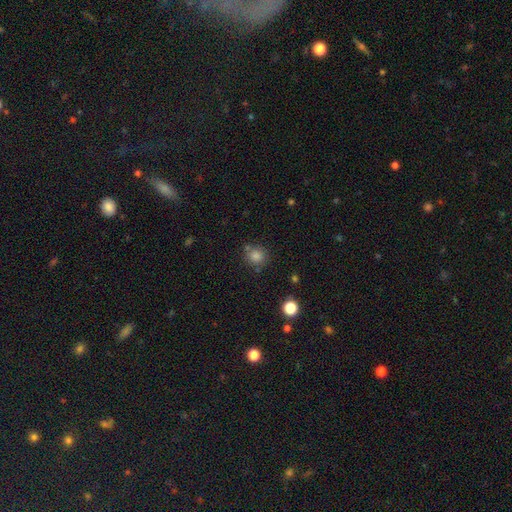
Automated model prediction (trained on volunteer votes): This is clearly a smooth galaxy (80%). How rounded: clearly round (89%). Merging: likely none (77%).